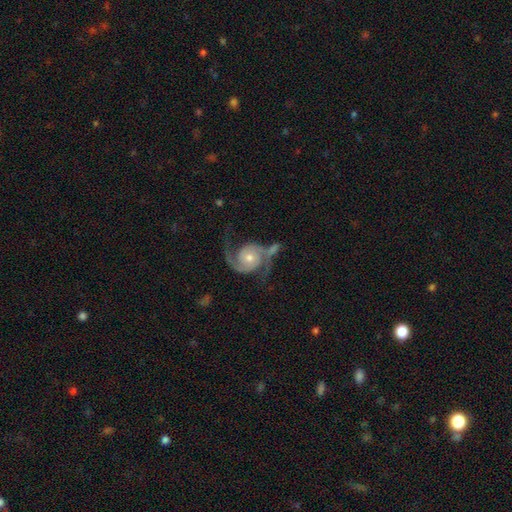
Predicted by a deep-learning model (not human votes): smooth_or_featured: featured or disk (p=0.91) [alt: star or artifact p=0.05]
disk_edge_on: no (p=0.98) [alt: yes p=0.02]
bar: no (p=0.73) [alt: weak p=0.21]
has_spiral_arms: yes (p=0.98) [alt: no p=0.02]
spiral_winding: medium (p=0.52) [alt: tight p=0.27]
spiral_arm_count: 2 (p=0.92) [alt: 3 p=0.02]
bulge_size: moderate (p=0.50) [alt: small p=0.45]
merging: none (p=0.60) [alt: minor disturbance p=0.17]